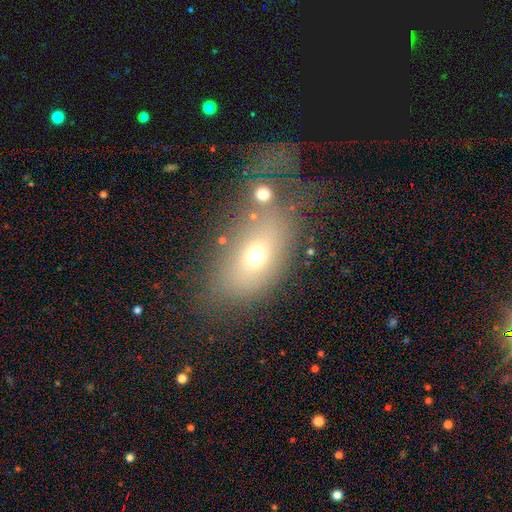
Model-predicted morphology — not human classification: Smooth or featured? Predicted: smooth (p=0.63). How rounded? Predicted: in between (p=0.79). Merging? Predicted: none (p=0.38).